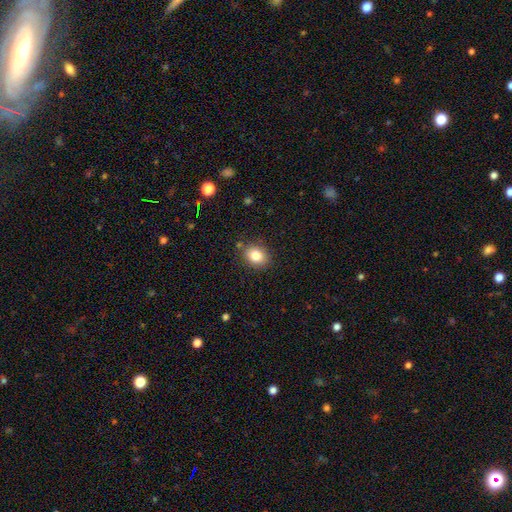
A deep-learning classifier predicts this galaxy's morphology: Overall: smooth (83%). How rounded: in between (52%; round 47%). Merging: none (84%).